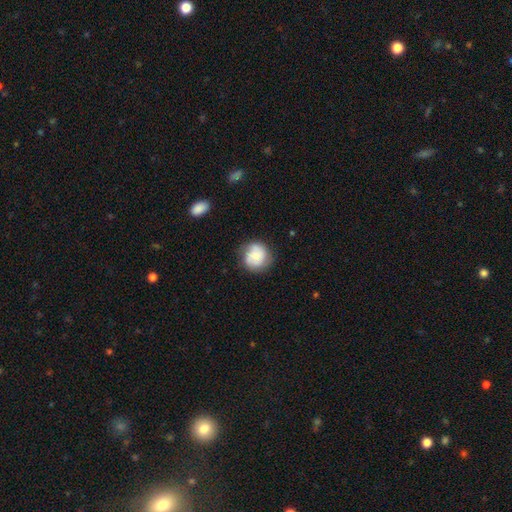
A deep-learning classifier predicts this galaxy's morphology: Q: Smooth or featured?
A: smooth (58%); runner-up: featured or disk (34%)
Q: How rounded?
A: round (88%); runner-up: in between (11%)
Q: Merging?
A: none (74%); runner-up: minor disturbance (19%)